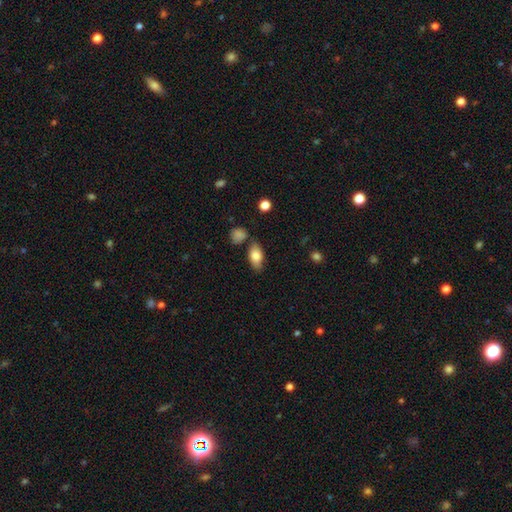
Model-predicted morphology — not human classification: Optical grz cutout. It shows a smooth galaxy with no disk features (80%) that is in between round and cigar-shaped (90%). Merging: none (75%).